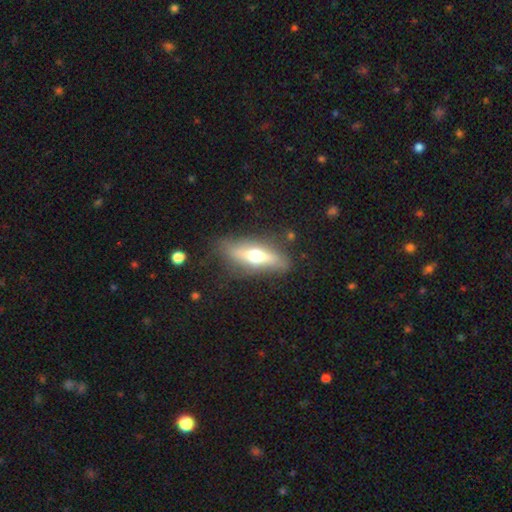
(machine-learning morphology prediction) Smooth or featured? featured or disk (52%)
Edge-on disk? yes (73%)
Merging? none (78%)